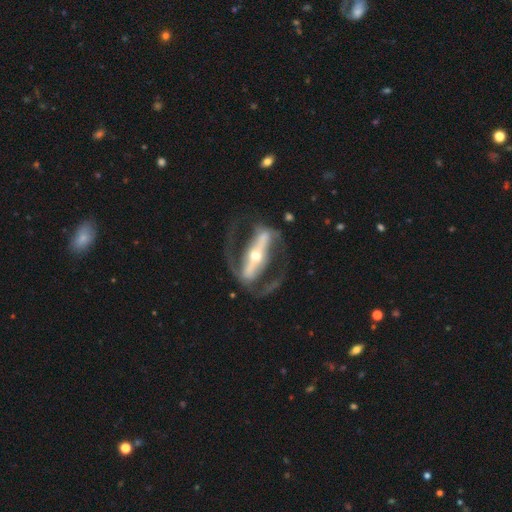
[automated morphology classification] This appears to be a featured or disk galaxy (89%) with a strong bar (82%), 2 (89%) medium (48%) spiral arms (76%) and a moderate central bulge (53%). Merging: none (65%).